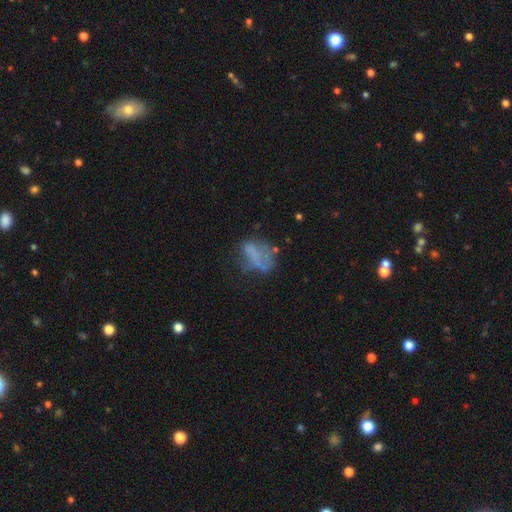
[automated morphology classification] A smooth galaxy with no disk features (43%). Merging: none (37%).